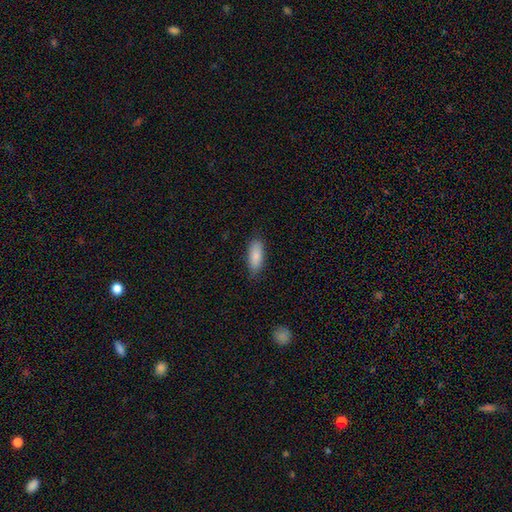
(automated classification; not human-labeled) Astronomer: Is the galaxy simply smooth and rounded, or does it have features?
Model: smooth — 86%.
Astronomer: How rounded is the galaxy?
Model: in between — 74%.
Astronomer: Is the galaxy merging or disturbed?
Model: none — 84%.